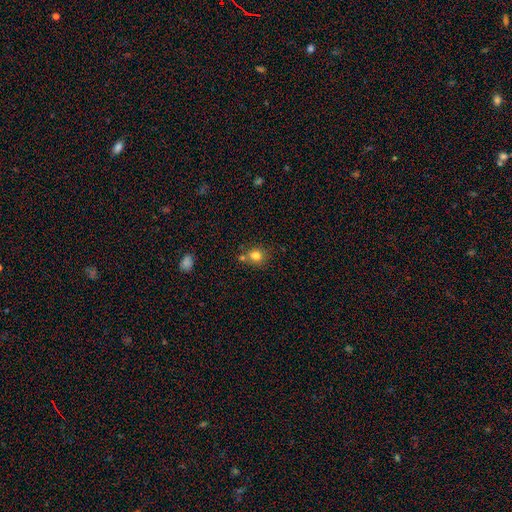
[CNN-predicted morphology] Overall: smooth (80%). How rounded: round (77%). Merging: none (64%).